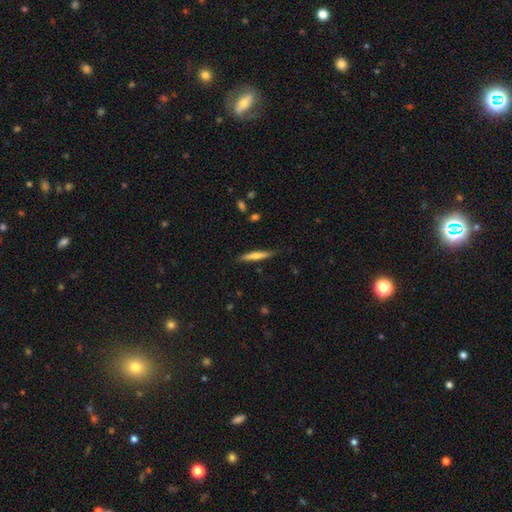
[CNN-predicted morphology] Overall: smooth (53%; featured or disk 42%). How rounded: cigar-shaped (92%). Merging: none (85%).